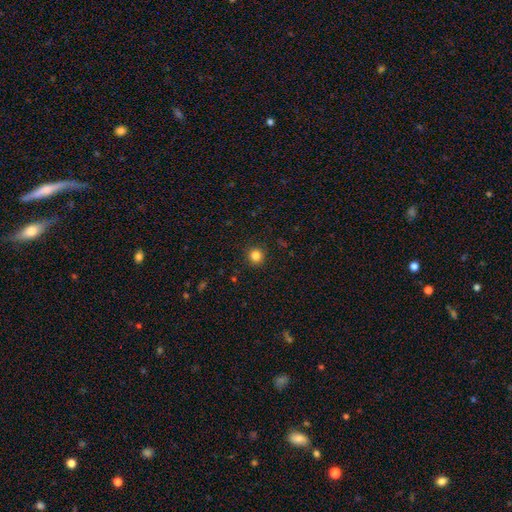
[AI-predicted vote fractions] The model was most divided on "smooth or featured": smooth: 84%, star or artifact: 12%, featured or disk: 4%. More confident: how rounded — round (93%); merging — none (91%).